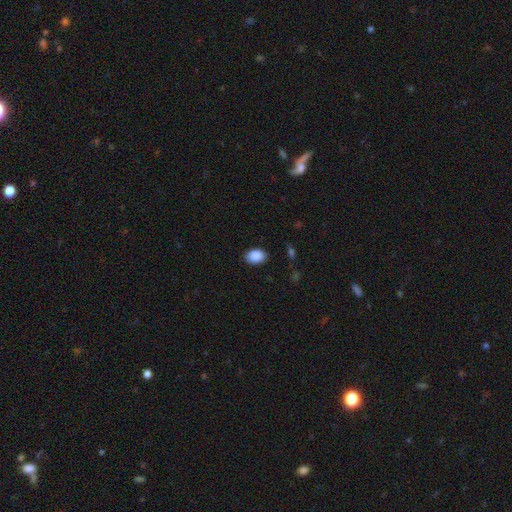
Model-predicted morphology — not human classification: This is clearly a smooth galaxy (90%). How rounded: likely in between (80%). Merging: clearly none (87%).